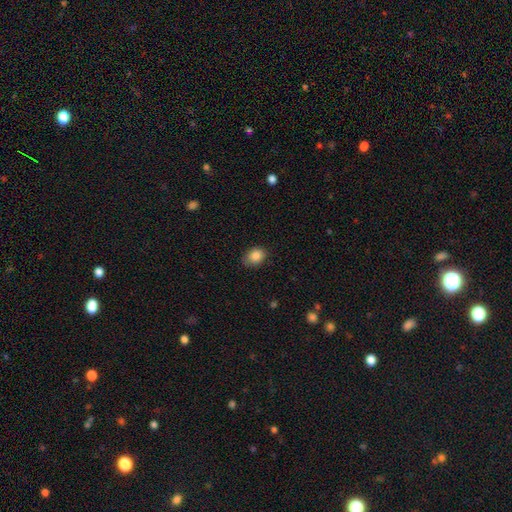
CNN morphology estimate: Smooth or featured: smooth — 86% (star or artifact — 9%)
How rounded: in between — 65% (round — 34%)
Merging: none — 77% (minor disturbance — 18%)